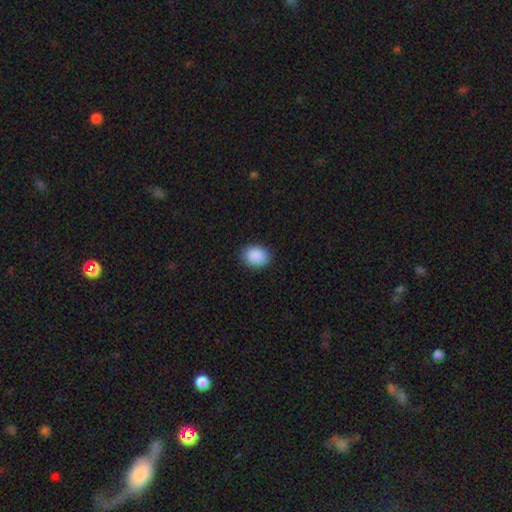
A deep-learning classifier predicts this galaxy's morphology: Smooth or featured?
  - smooth: 90% *
  - star or artifact: 7%
  - featured or disk: 3%
How rounded?
  - in between: 62% *
  - round: 37%
  - cigar-shaped: 1%
Merging?
  - none: 88% *
  - minor disturbance: 9%
  - major disturbance: 2%
  - merger: 1%